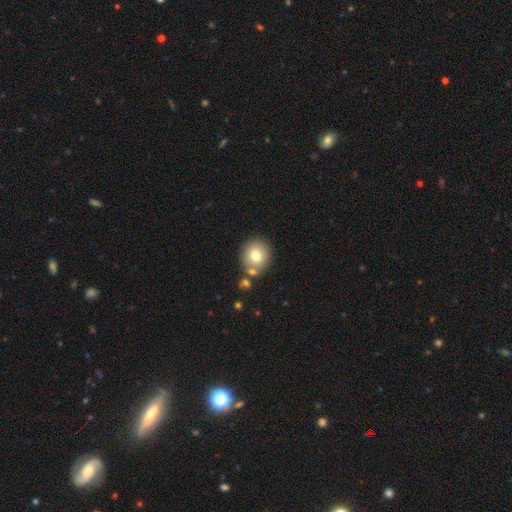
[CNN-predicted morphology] smooth_or_featured: smooth (p=0.76) [alt: featured or disk p=0.14]
how_rounded: round (p=0.82) [alt: in between p=0.17]
merging: none (p=0.72) [alt: merger p=0.15]